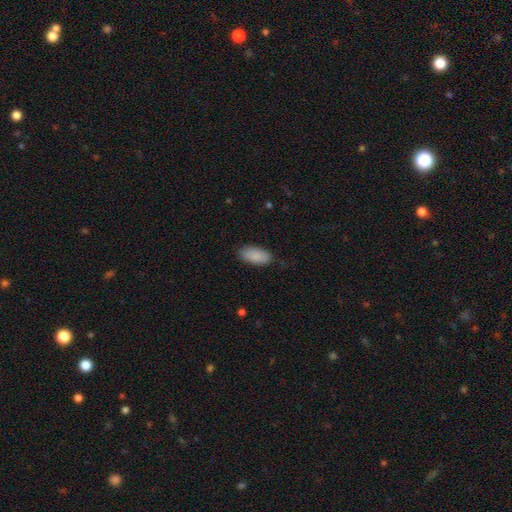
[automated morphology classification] A smooth galaxy with no disk features (89%) that is in between round and cigar-shaped (92%).

Vote fractions:
- Smooth or featured? smooth: 89% / star or artifact: 6% / featured or disk: 5%
- How rounded? in between: 92% / cigar-shaped: 6% / round: 2%
- Merging? none: 86% / minor disturbance: 10% / major disturbance: 2% / merger: 1%